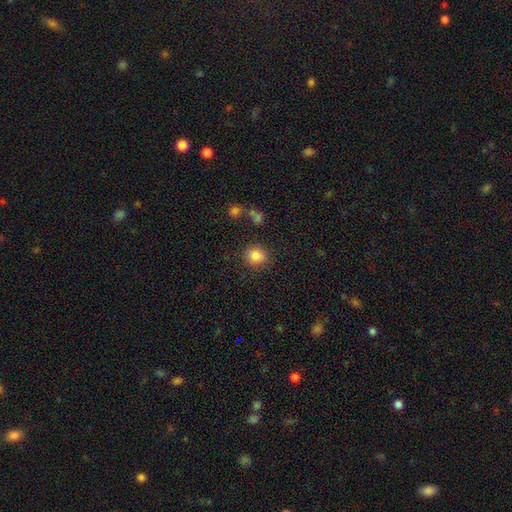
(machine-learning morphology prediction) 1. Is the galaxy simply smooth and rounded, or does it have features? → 85% smooth, 10% star or artifact, 5% featured or disk.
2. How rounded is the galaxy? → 80% round, 19% in between, 1% cigar-shaped.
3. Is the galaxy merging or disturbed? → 85% none, 9% minor disturbance, 4% major disturbance, 3% merger.